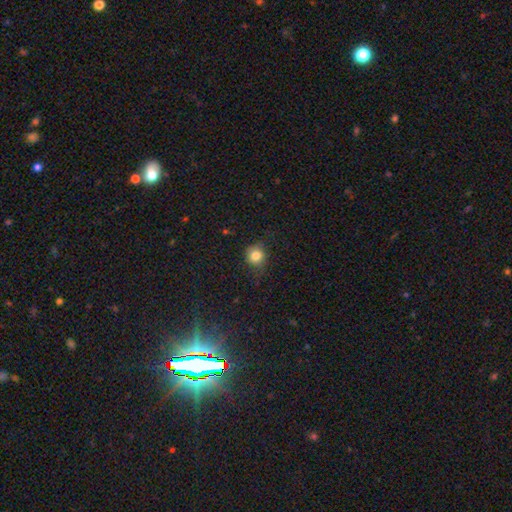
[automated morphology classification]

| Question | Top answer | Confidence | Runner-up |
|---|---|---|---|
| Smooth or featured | smooth | 81% | star or artifact (11%) |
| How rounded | round | 83% | in between (16%) |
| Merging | none | 73% | minor disturbance (19%) |